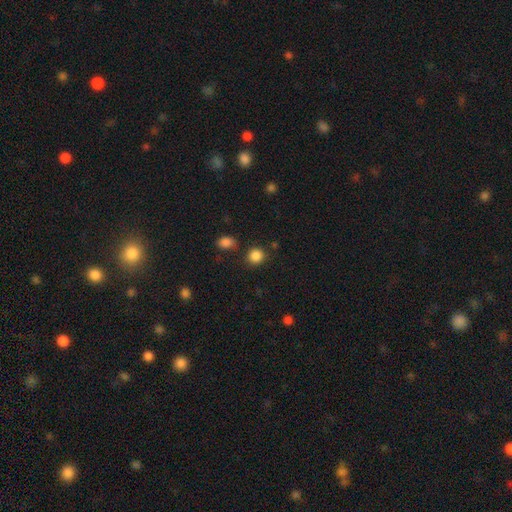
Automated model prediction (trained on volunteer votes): Smooth or featured: smooth — 86% (star or artifact — 11%)
How rounded: round — 88% (in between — 11%)
Merging: none — 83% (minor disturbance — 9%)